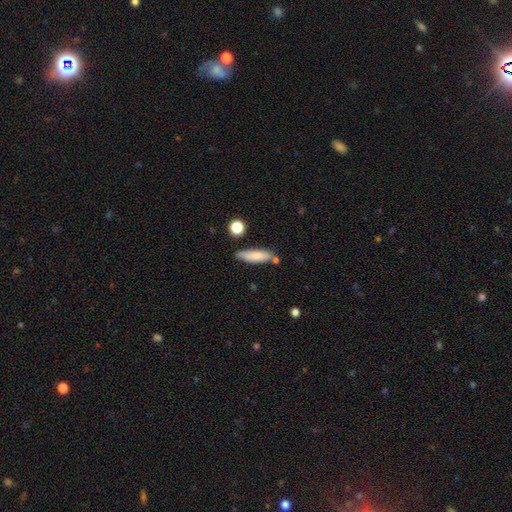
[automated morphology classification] smooth 79%, featured or disk 14%, star or artifact 7%. Down the decision tree: how rounded — cigar-shaped (57%); merging — none (72%).